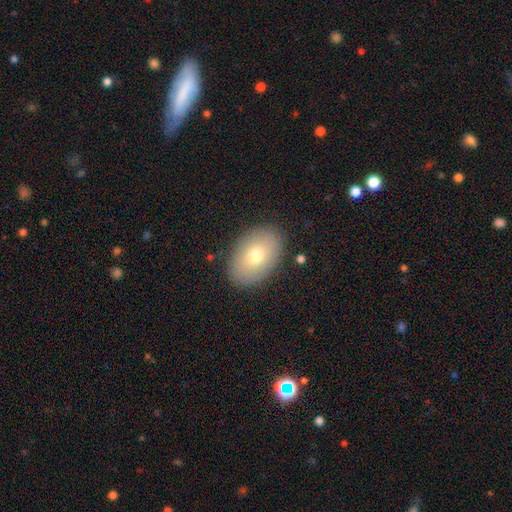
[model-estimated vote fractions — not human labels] This is likely a smooth galaxy (73%). How rounded: clearly in between (86%). Merging: clearly none (87%).